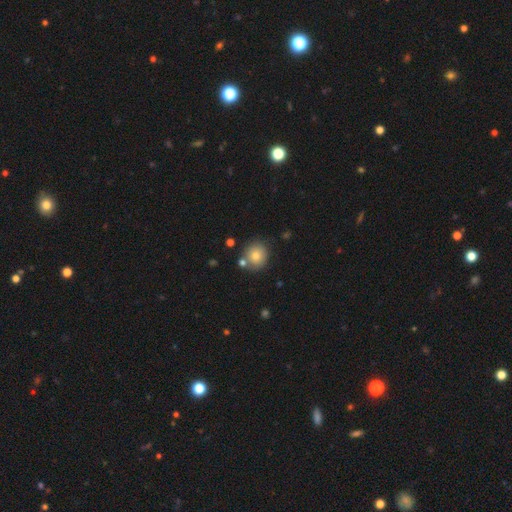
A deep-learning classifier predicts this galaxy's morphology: Overall: smooth (77%). How rounded: round (86%). Merging: none (75%).